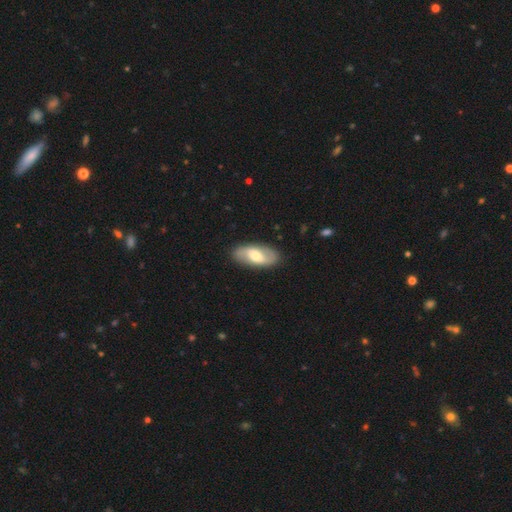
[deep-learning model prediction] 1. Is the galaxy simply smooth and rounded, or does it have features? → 52% featured or disk, 43% smooth, 5% star or artifact.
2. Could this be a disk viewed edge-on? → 89% no, 11% yes.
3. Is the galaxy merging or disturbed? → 87% none, 9% minor disturbance, 2% major disturbance, 1% merger.